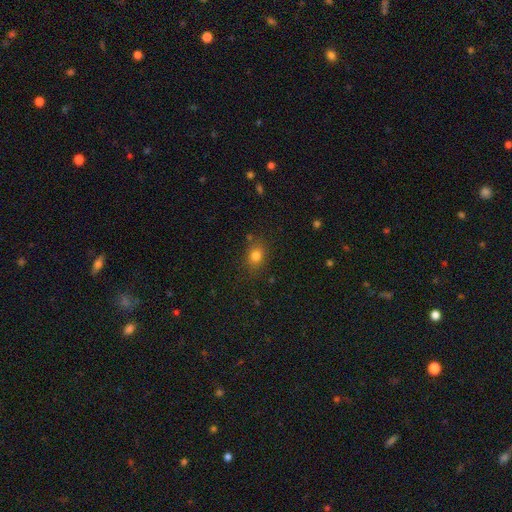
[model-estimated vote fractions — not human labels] smooth-or-featured: smooth: 79% | star or artifact: 13% | featured or disk: 8%
  how-rounded: in between: 50% | round: 49% | cigar-shaped: 1%
  merging: none: 79% | minor disturbance: 13% | major disturbance: 4% | merger: 3%